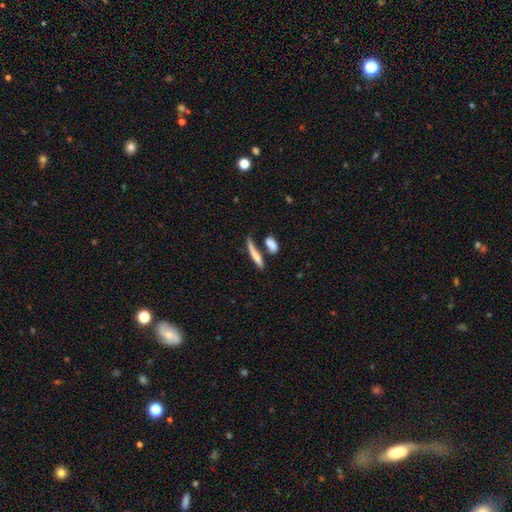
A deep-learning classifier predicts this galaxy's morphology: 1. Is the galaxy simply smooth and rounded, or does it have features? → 66% smooth, 26% featured or disk, 8% star or artifact.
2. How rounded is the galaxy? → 79% cigar-shaped, 17% in between, 3% round.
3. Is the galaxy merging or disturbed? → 52% none, 27% merger, 14% minor disturbance, 7% major disturbance.